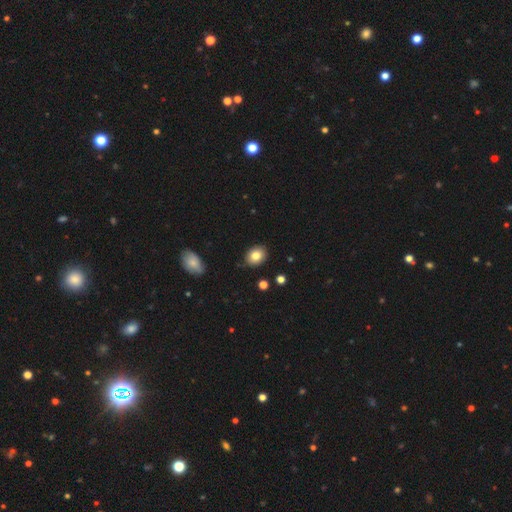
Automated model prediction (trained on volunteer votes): smooth-or-featured: smooth: 82% | featured or disk: 9% | star or artifact: 9%
  how-rounded: in between: 59% | round: 40% | cigar-shaped: 1%
  merging: none: 84% | minor disturbance: 12% | major disturbance: 2% | merger: 2%